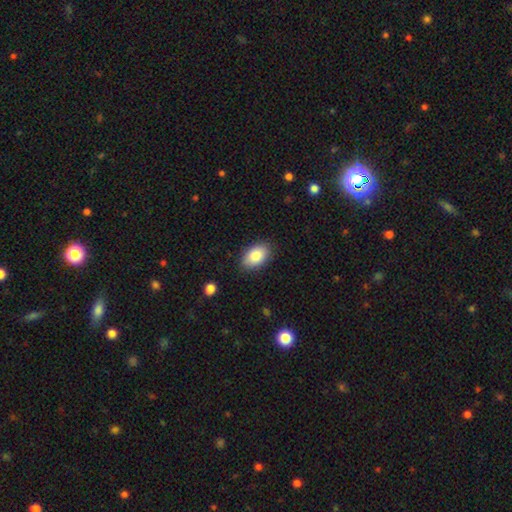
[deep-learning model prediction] Morphology: type=smooth (85%); roundness=in between (91%); merging=none (86%).